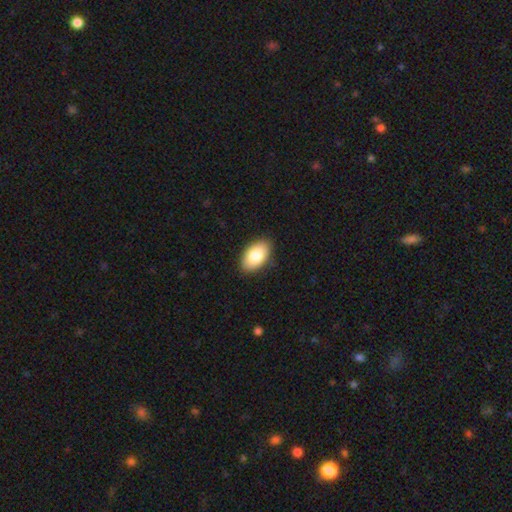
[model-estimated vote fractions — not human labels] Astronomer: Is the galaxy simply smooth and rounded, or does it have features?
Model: smooth — 84%.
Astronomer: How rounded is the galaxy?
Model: in between — 94%.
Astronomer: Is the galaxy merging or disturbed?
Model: none — 88%.